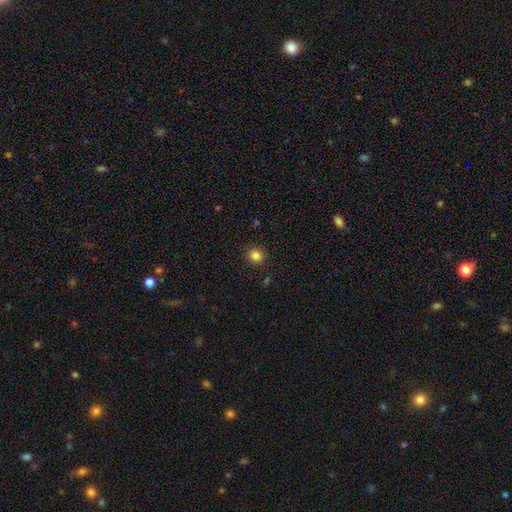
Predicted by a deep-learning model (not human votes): Morphology: type=smooth (84%); roundness=round (92%); merging=none (90%).